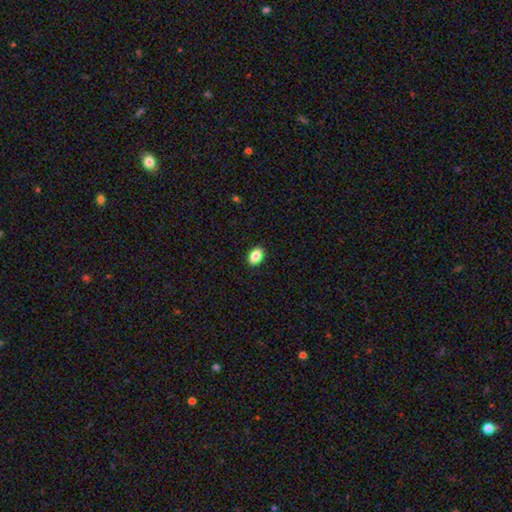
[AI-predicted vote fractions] Morphology: type=smooth (87%); roundness=in between (84%); merging=none (90%).